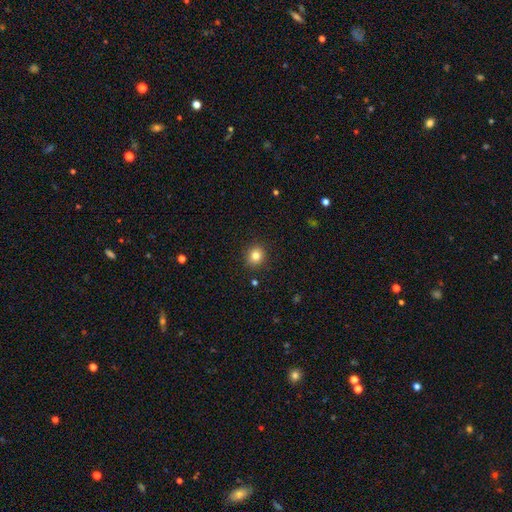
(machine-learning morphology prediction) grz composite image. It shows a smooth galaxy with no disk features (82%) that is round (83%). Merging: none (90%).